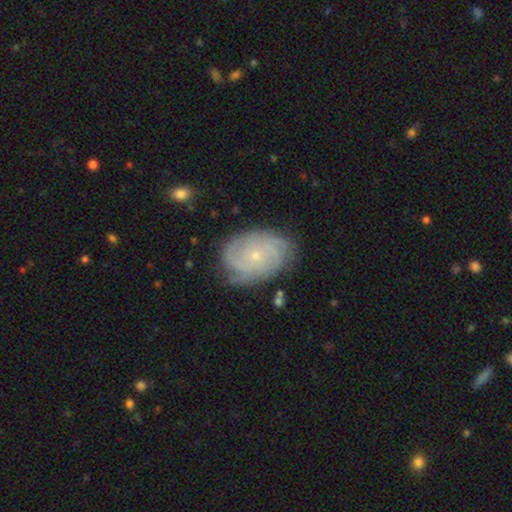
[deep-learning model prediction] A featured or disk galaxy (82%) with no bar (80%), tight (67%) spiral arms (96%) and a small central bulge (80%).

Vote fractions:
- Smooth or featured? featured or disk: 82% / smooth: 11% / star or artifact: 7%
- Edge-on disk? no: 97% / yes: 3%
- Bar? no: 80% / weak: 17% / strong: 3%
- Spiral arms? yes: 96% / no: 4%
- Spiral winding? tight: 67% / medium: 26% / loose: 7%
- Spiral arm count? can't tell: 27% / 3: 23% / 4: 22% / 2: 13% / more than 4: 8% / 1: 6%
- Bulge size? small: 80% / moderate: 16% / none: 1% / large: 1% / dominant: 1%
- Merging? none: 77% / minor disturbance: 17% / major disturbance: 5% / merger: 1%